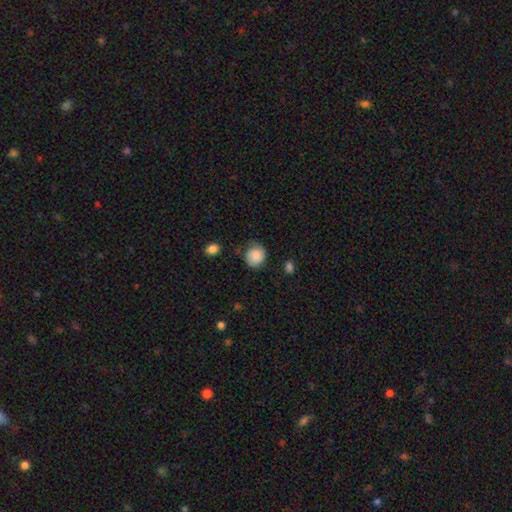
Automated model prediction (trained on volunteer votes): This is clearly a smooth galaxy (84%). How rounded: likely round (75%). Merging: likely none (67%).